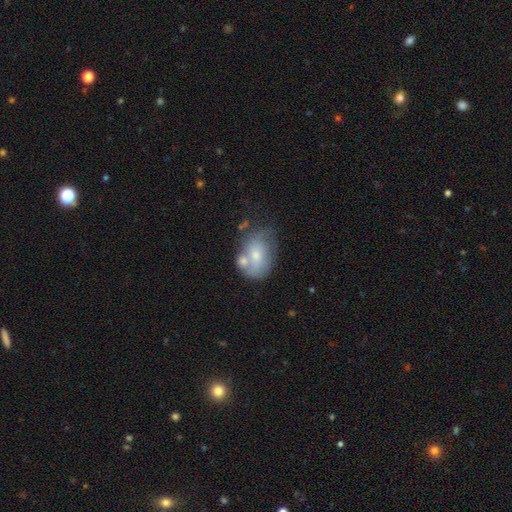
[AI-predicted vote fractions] This is possibly a smooth galaxy (52%). How rounded: likely in between (69%). Merging: marginally none (36%).